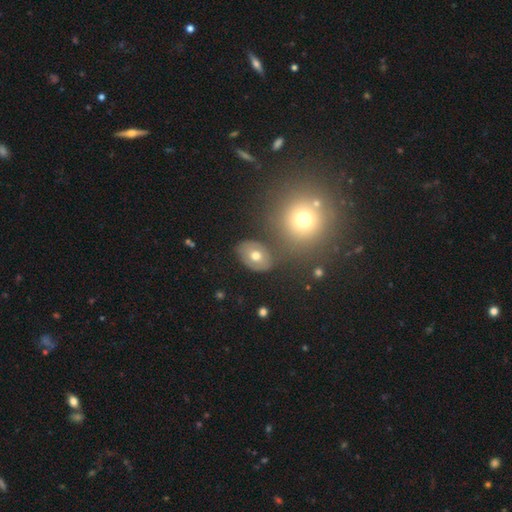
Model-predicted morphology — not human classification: smooth_or_featured: smooth (p=0.55) [alt: featured or disk p=0.36]
how_rounded: in between (p=0.73) [alt: round p=0.26]
merging: none (p=0.75) [alt: minor disturbance p=0.13]